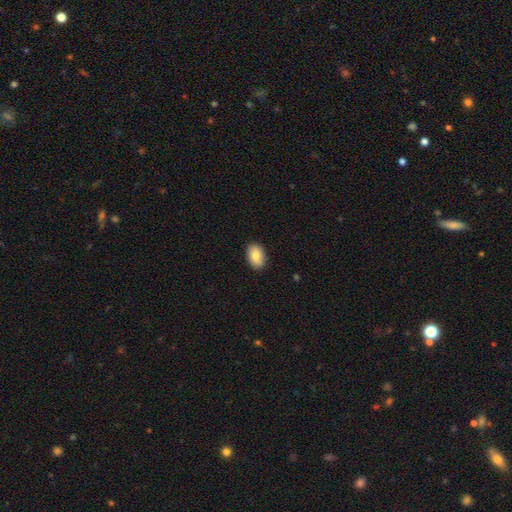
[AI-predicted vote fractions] Q: Smooth or featured?
A: smooth (83%); runner-up: featured or disk (10%)
Q: How rounded?
A: in between (87%); runner-up: round (12%)
Q: Merging?
A: none (88%); runner-up: minor disturbance (9%)